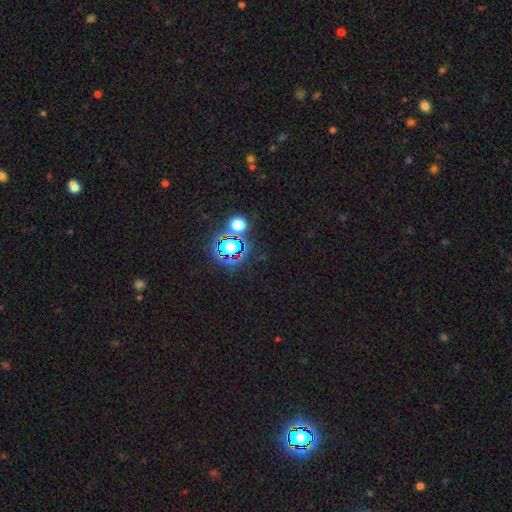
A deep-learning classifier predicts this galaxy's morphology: Q: Smooth or featured?
A: star or artifact (81%); runner-up: smooth (12%)